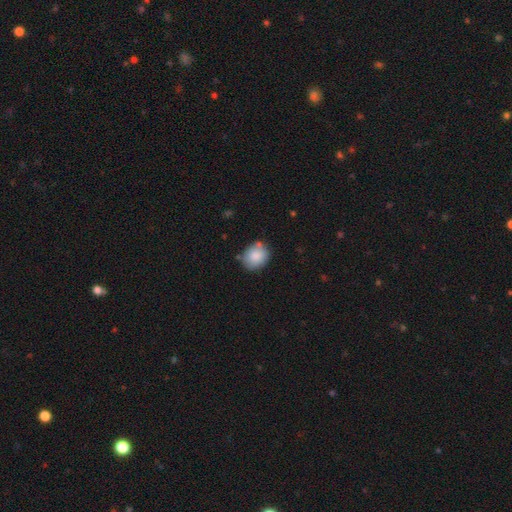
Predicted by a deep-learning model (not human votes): Smooth or featured? smooth (85%)
How rounded? round (58%)
Merging? none (73%)